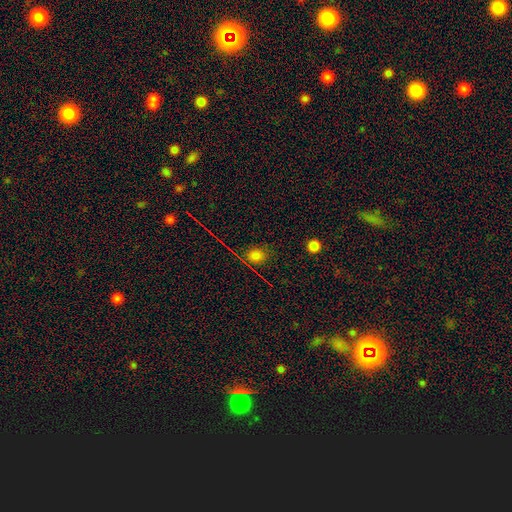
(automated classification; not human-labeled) smooth 65%, star or artifact 28%, featured or disk 8%. Down the decision tree: how rounded — round (64%); merging — none (80%).